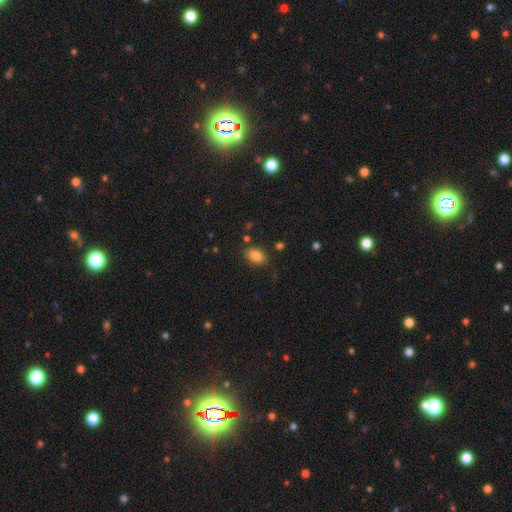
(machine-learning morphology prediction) Smooth or featured? Predicted: smooth (p=0.84). How rounded? Predicted: in between (p=0.83). Merging? Predicted: none (p=0.83).